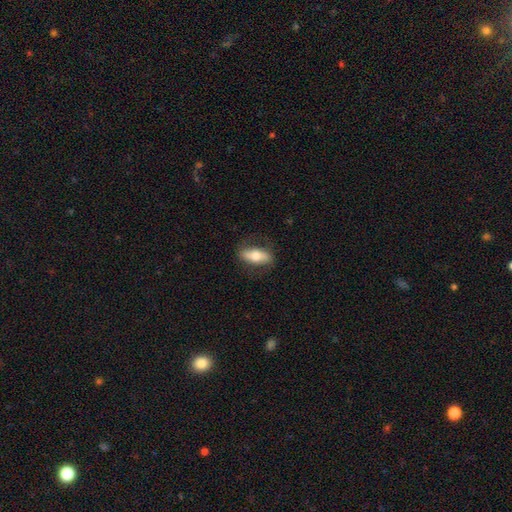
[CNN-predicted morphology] This is possibly a smooth galaxy (59%). How rounded: likely in between (71%). Merging: likely none (79%).